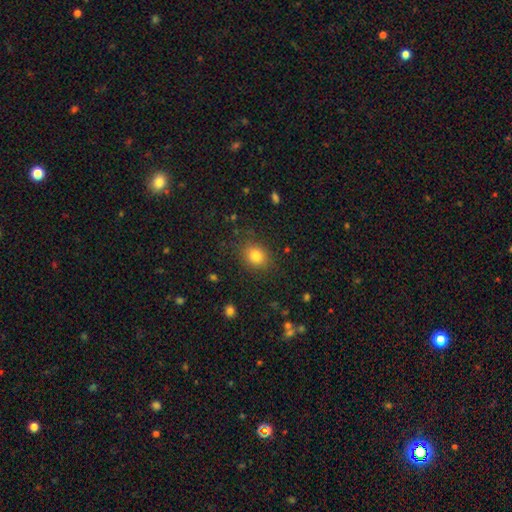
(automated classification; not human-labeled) Smooth or featured? smooth (82%)
How rounded? round (62%)
Merging? none (83%)